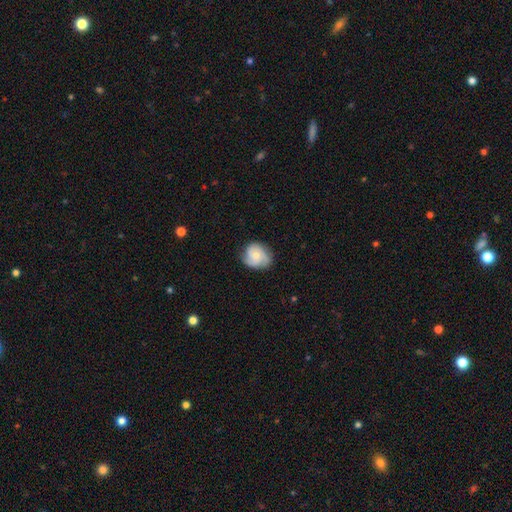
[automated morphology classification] Smooth or featured? Predicted: featured or disk (p=0.63). Edge-on disk? Predicted: no (p=0.98). Bar? Predicted: no (p=0.77). Spiral arms? Predicted: yes (p=0.94). Spiral winding? Predicted: tight (p=0.50). Spiral arm count? Predicted: 3 (p=0.57). Bulge size? Predicted: small (p=0.56). Merging? Predicted: none (p=0.71).